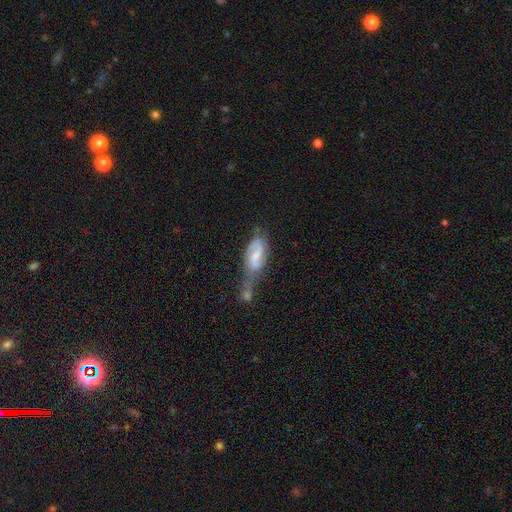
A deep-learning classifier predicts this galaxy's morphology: Smooth or featured?
  - featured or disk: 73% *
  - smooth: 20%
  - star or artifact: 7%
Edge-on disk?
  - no: 95% *
  - yes: 5%
Bar?
  - weak: 54% *
  - no: 24%
  - strong: 22%
Spiral arms?
  - yes: 90% *
  - no: 10%
Spiral winding?
  - medium: 46% *
  - loose: 31%
  - tight: 24%
Spiral arm count?
  - 2: 83% *
  - can't tell: 8%
  - 1: 5%
  - 3: 1%
  - 4: 1%
  - more than 4: 1%
Bulge size?
  - small: 46% *
  - moderate: 38%
  - none: 12%
  - large: 4%
  - dominant: 1%
Merging?
  - merger: 36% *
  - none: 26%
  - minor disturbance: 21%
  - major disturbance: 17%